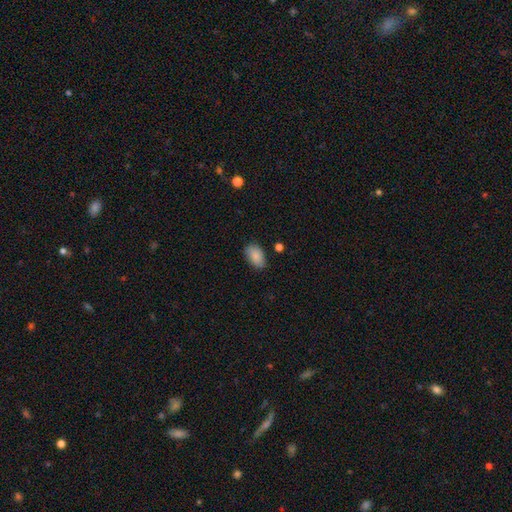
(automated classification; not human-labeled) smooth 87%, star or artifact 7%, featured or disk 6%. Down the decision tree: how rounded — in between (91%); merging — none (80%).